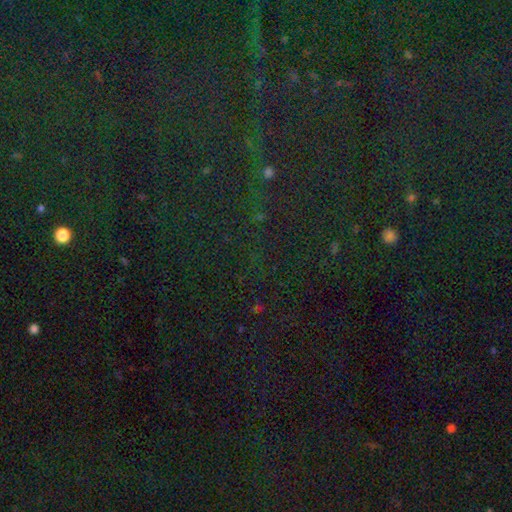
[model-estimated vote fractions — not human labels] A star or artifact, not a galaxy (83%).

Vote fractions:
- Smooth or featured? star or artifact: 83% / smooth: 10% / featured or disk: 7%